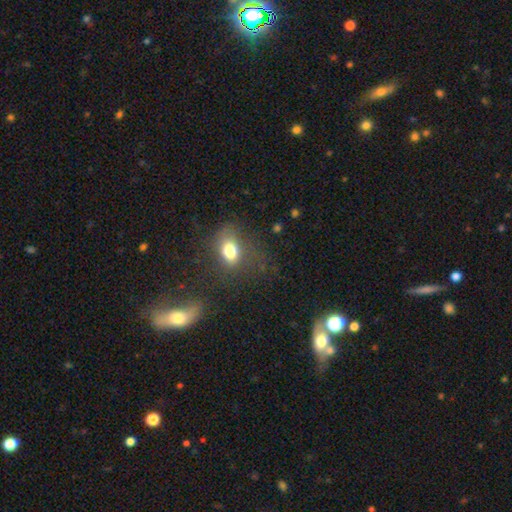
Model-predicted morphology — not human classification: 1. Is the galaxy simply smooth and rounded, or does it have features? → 57% smooth, 26% star or artifact, 18% featured or disk.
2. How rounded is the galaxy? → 57% in between, 39% round, 3% cigar-shaped.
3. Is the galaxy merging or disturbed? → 53% none, 20% minor disturbance, 15% major disturbance, 12% merger.